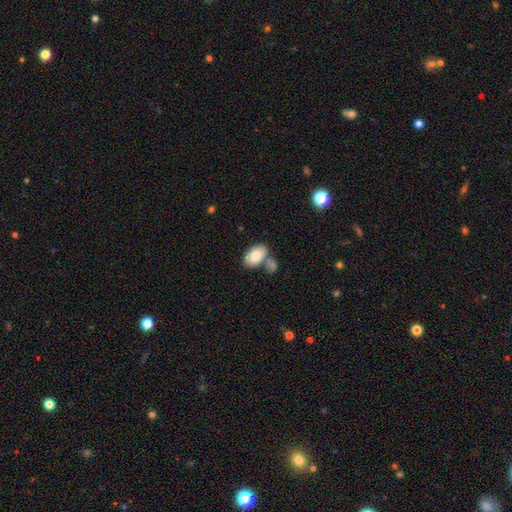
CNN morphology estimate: Q: Smooth or featured?
A: smooth (83%); runner-up: featured or disk (10%)
Q: How rounded?
A: in between (94%); runner-up: round (5%)
Q: Merging?
A: none (55%); runner-up: merger (26%)